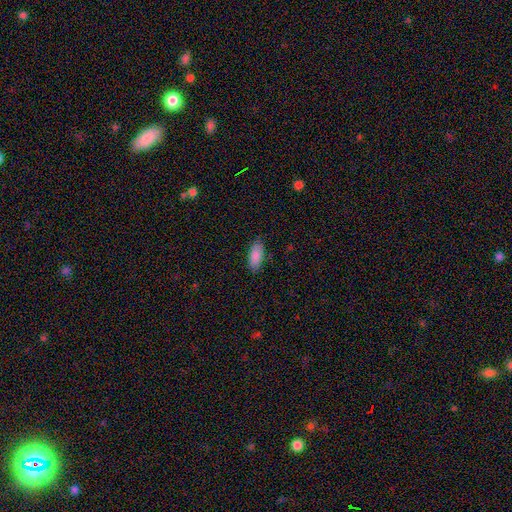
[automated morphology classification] Smooth or featured? smooth (89%)
How rounded? in between (84%)
Merging? none (86%)